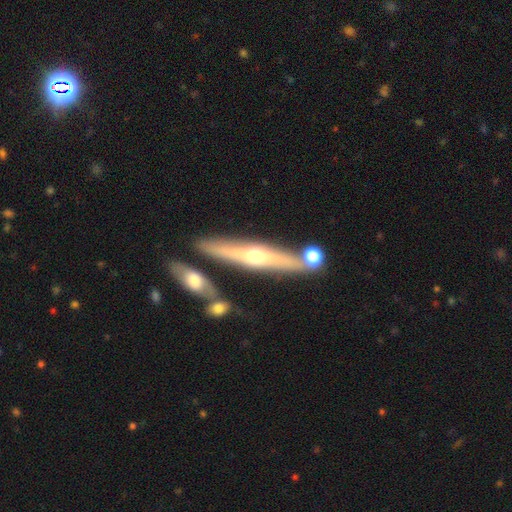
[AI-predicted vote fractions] Smooth or featured: featured or disk — 70% (smooth — 24%)
Edge-on disk: yes — 91% (no — 9%)
Edge-on bulge: rounded — 88% (none — 10%)
Merging: none — 77% (minor disturbance — 11%)